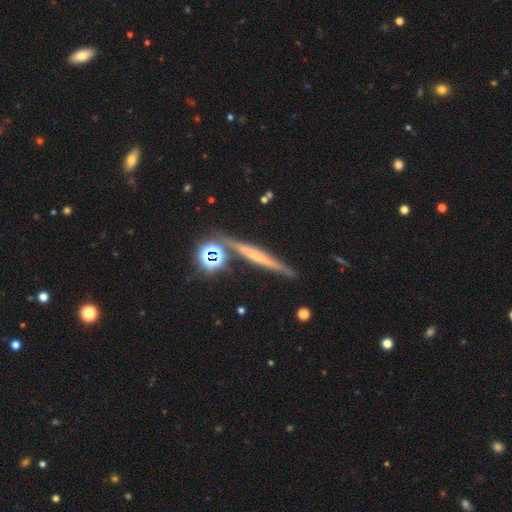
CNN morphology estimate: This appears to be a featured or disk galaxy (51%) viewed edge-on (93%). Merging: none (79%).